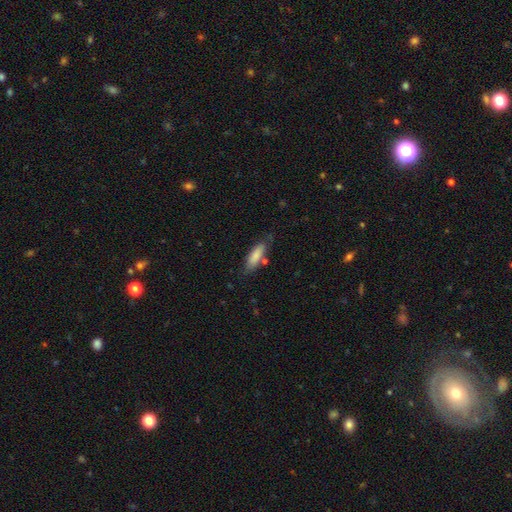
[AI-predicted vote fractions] smooth-or-featured: smooth: 83% | featured or disk: 11% | star or artifact: 6%
  how-rounded: in between: 55% | cigar-shaped: 43% | round: 2%
  merging: none: 70% | minor disturbance: 19% | merger: 6% | major disturbance: 5%